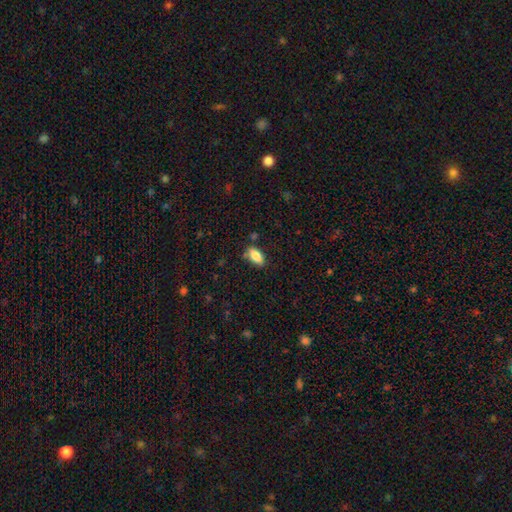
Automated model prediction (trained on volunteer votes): A smooth galaxy with no disk features (83%) that is in between round and cigar-shaped (87%).

Vote fractions:
- Smooth or featured? smooth: 83% / featured or disk: 9% / star or artifact: 7%
- How rounded? in between: 87% / cigar-shaped: 9% / round: 3%
- Merging? none: 78% / minor disturbance: 15% / merger: 4% / major disturbance: 3%